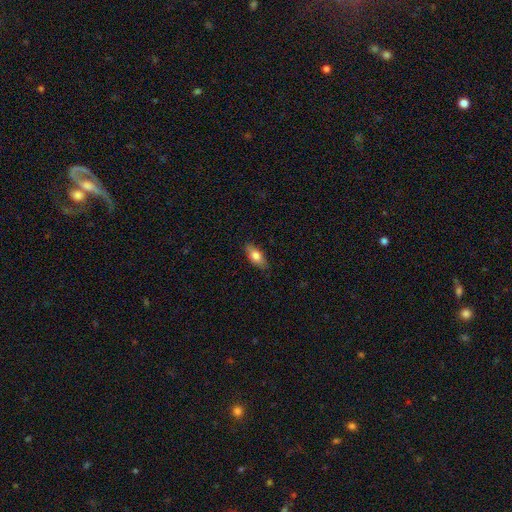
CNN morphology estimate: A smooth galaxy with no disk features (73%) that is in between round and cigar-shaped (79%). Merging: none (85%).